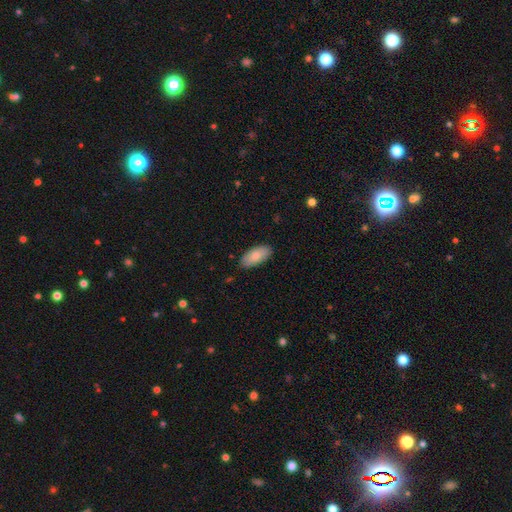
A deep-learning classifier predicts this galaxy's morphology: type=smooth (82%); roundness=in between (91%); merging=none (86%).